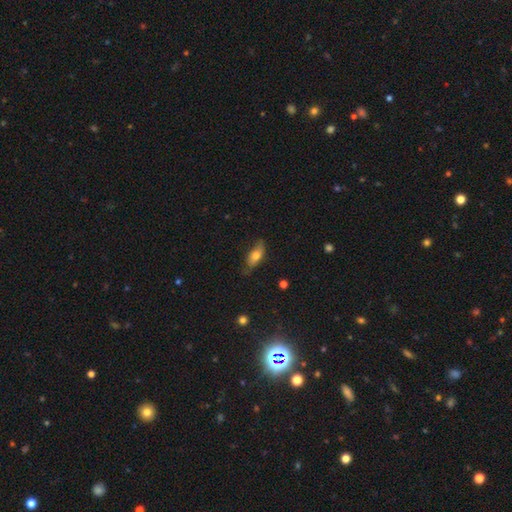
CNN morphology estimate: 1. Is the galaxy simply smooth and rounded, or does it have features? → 69% smooth, 24% featured or disk, 7% star or artifact.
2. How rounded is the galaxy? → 79% in between, 17% cigar-shaped, 3% round.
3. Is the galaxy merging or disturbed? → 65% none, 27% minor disturbance, 6% major disturbance, 2% merger.